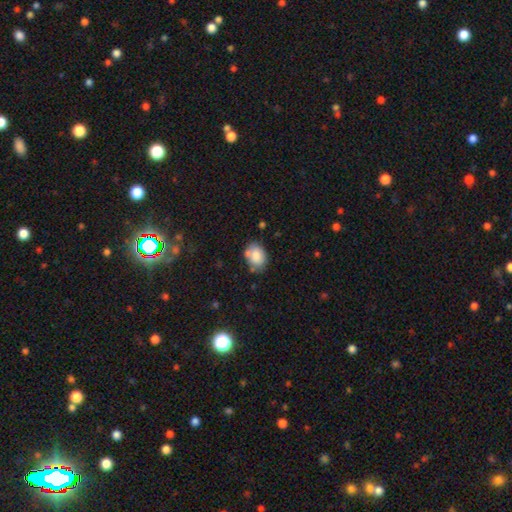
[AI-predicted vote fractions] Smooth or featured? smooth (81%)
How rounded? in between (72%)
Merging? none (64%)